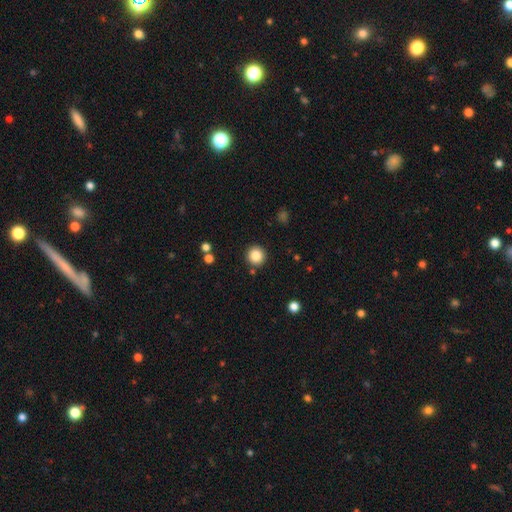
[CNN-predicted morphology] Q: Smooth or featured?
A: smooth (85%); runner-up: star or artifact (10%)
Q: How rounded?
A: round (95%); runner-up: in between (4%)
Q: Merging?
A: none (90%); runner-up: minor disturbance (6%)